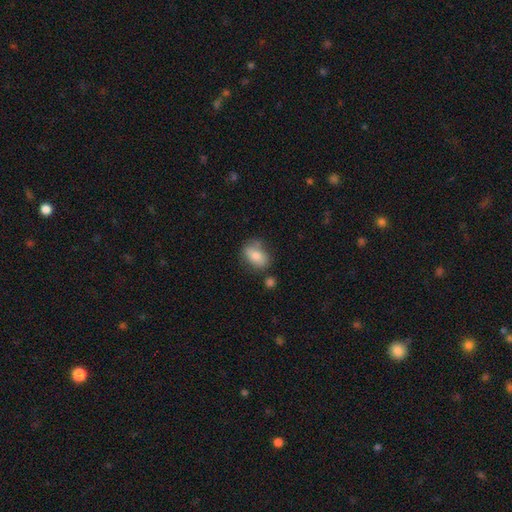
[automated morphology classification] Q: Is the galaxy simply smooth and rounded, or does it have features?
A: smooth — 79%.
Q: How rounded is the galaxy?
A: in between — 85%.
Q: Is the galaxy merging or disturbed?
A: none — 66%.